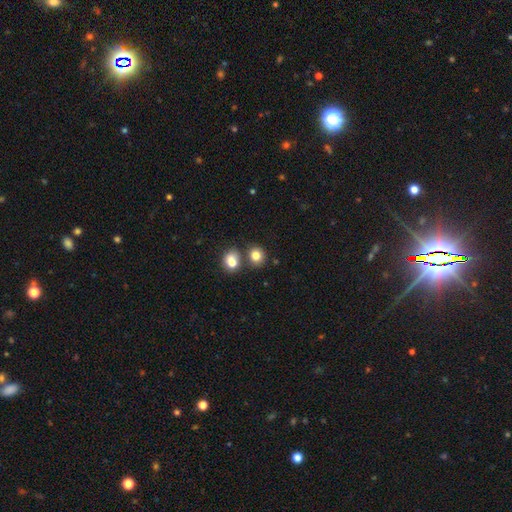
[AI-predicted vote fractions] Smooth or featured?
  - smooth: 81% *
  - star or artifact: 12%
  - featured or disk: 7%
How rounded?
  - round: 79% *
  - in between: 20%
  - cigar-shaped: 1%
Merging?
  - none: 67% *
  - merger: 21%
  - minor disturbance: 9%
  - major disturbance: 3%